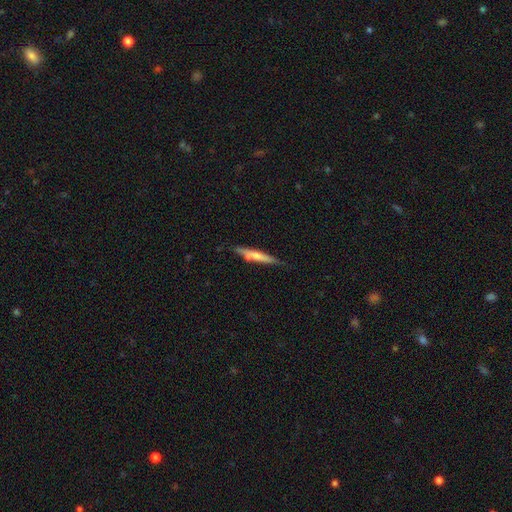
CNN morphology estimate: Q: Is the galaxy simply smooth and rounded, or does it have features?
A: smooth — 55%.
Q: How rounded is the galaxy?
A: cigar-shaped — 91%.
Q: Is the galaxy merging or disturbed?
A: none — 72%.